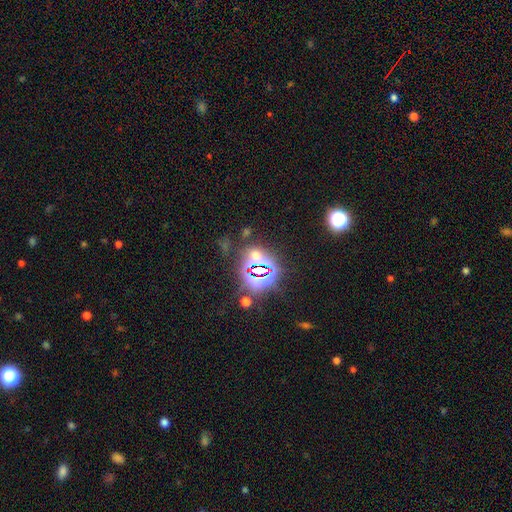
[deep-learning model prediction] Q: Smooth or featured?
A: star or artifact (72%); runner-up: smooth (20%)